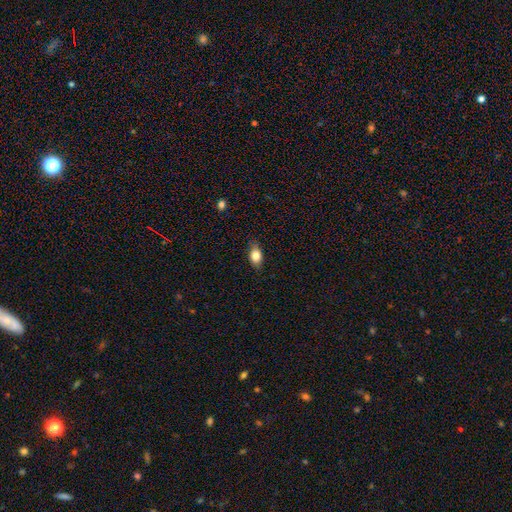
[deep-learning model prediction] The model was most divided on "merging": none: 80%, minor disturbance: 16%, major disturbance: 3%, merger: 1%. More confident: smooth or featured — smooth (83%); how rounded — in between (82%).